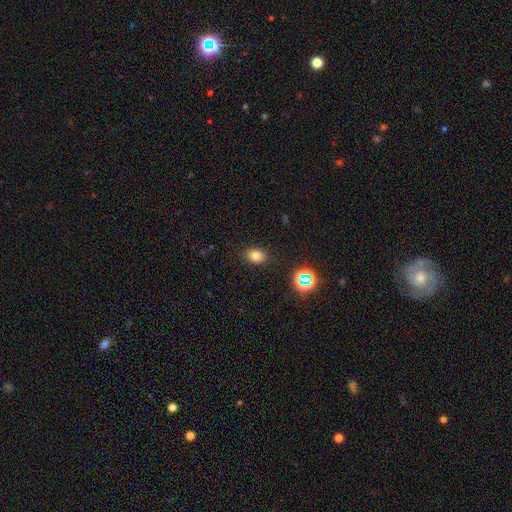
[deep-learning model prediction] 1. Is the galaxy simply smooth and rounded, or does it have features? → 77% smooth, 15% star or artifact, 7% featured or disk.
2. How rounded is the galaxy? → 69% in between, 30% round, 1% cigar-shaped.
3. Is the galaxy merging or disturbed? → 87% none, 9% minor disturbance, 3% major disturbance, 1% merger.